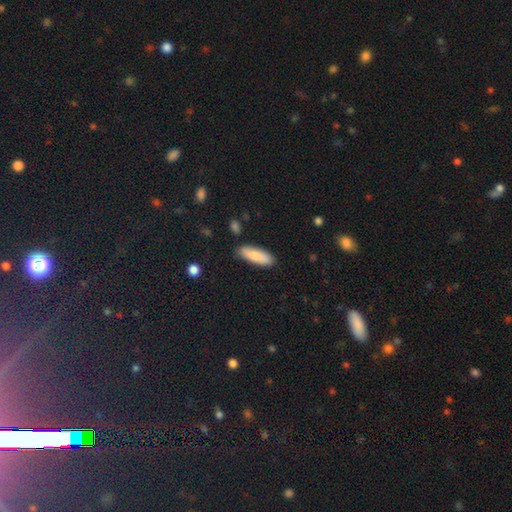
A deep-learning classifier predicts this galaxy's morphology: A smooth galaxy with no disk features (81%) that is in between round and cigar-shaped (54%). Merging: none (84%).